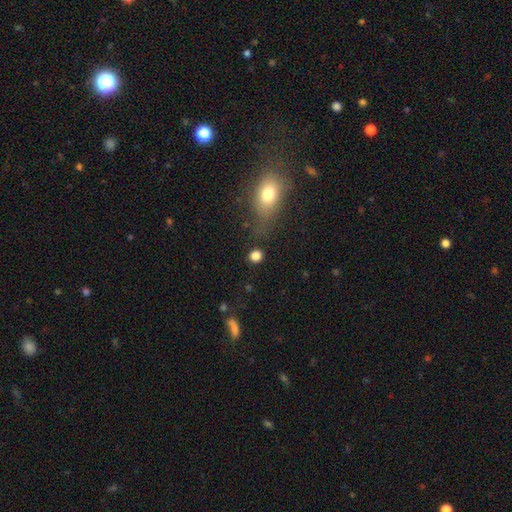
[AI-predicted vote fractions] Smooth or featured: smooth — 82% (star or artifact — 13%)
How rounded: round — 79% (in between — 19%)
Merging: none — 84% (minor disturbance — 8%)